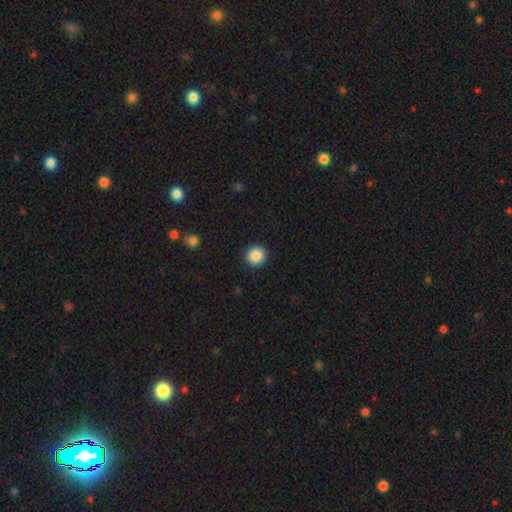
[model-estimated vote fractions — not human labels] Overall: smooth (88%). How rounded: round (93%). Merging: none (92%).